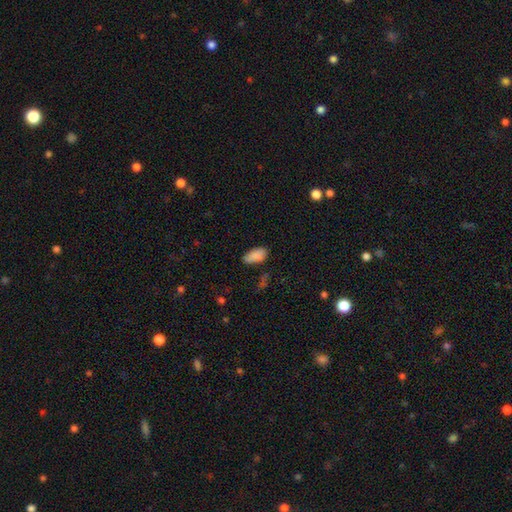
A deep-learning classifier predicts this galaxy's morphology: Overall: smooth (86%). How rounded: in between (92%). Merging: none (67%).